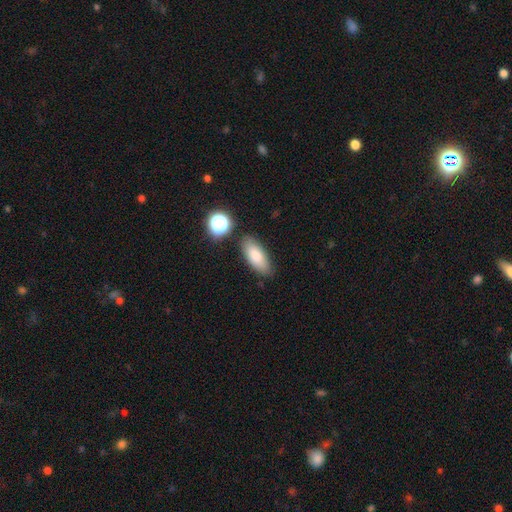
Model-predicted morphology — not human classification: Smooth or featured?
  - smooth: 82% *
  - featured or disk: 10%
  - star or artifact: 8%
How rounded?
  - in between: 82% *
  - cigar-shaped: 15%
  - round: 3%
Merging?
  - none: 81% *
  - minor disturbance: 12%
  - merger: 4%
  - major disturbance: 3%